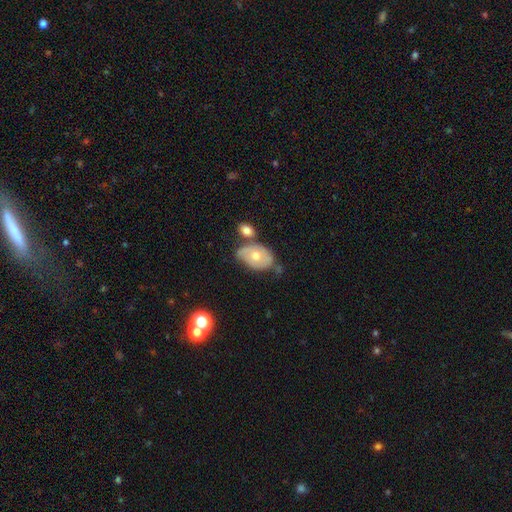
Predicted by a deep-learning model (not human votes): The model was most divided on "merging": none: 37%, minor disturbance: 29%, merger: 23%, major disturbance: 11%. More confident: how rounded — in between (86%); smooth or featured — smooth (51%).